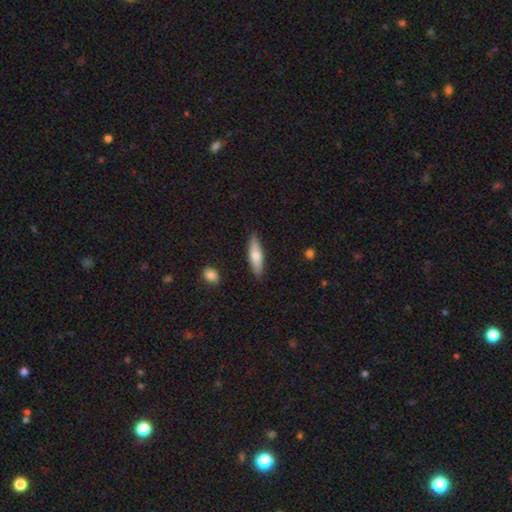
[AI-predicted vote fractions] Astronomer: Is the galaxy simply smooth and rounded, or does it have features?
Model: smooth — 67%.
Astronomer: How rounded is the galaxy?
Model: cigar-shaped — 61% (runner-up: in between, 37%).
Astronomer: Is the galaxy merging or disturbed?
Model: none — 87%.